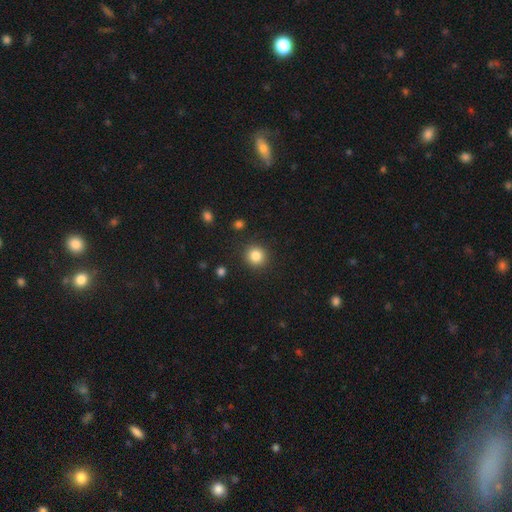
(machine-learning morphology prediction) Smooth or featured? Predicted: smooth (p=0.84). How rounded? Predicted: round (p=0.91). Merging? Predicted: none (p=0.90).